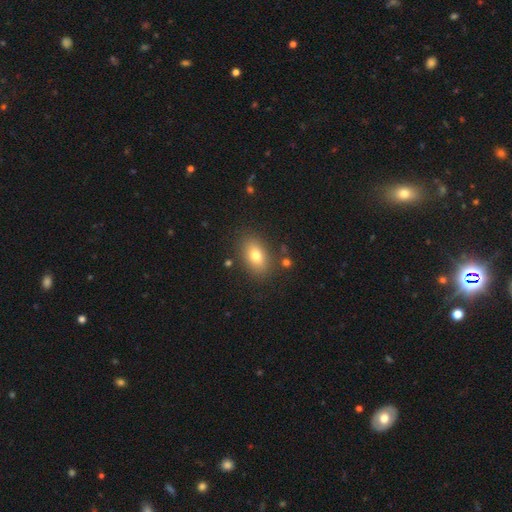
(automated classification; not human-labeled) smooth 77%, featured or disk 14%, star or artifact 9%. Down the decision tree: how rounded — in between (87%); merging — none (83%).